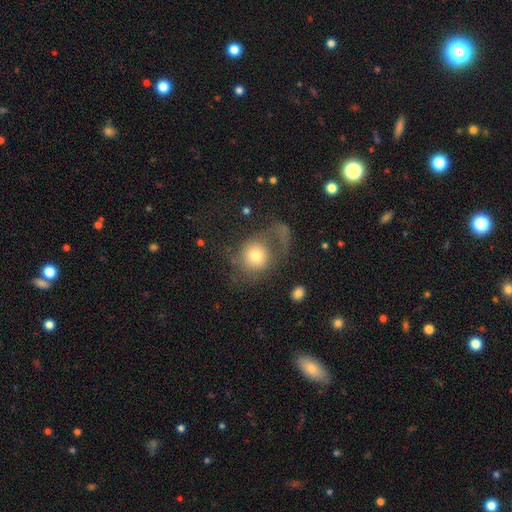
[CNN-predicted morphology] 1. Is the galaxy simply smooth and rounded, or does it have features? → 66% smooth, 24% featured or disk, 10% star or artifact.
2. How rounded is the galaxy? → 79% round, 20% in between, 1% cigar-shaped.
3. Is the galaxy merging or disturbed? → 49% major disturbance, 31% none, 15% minor disturbance, 4% merger.